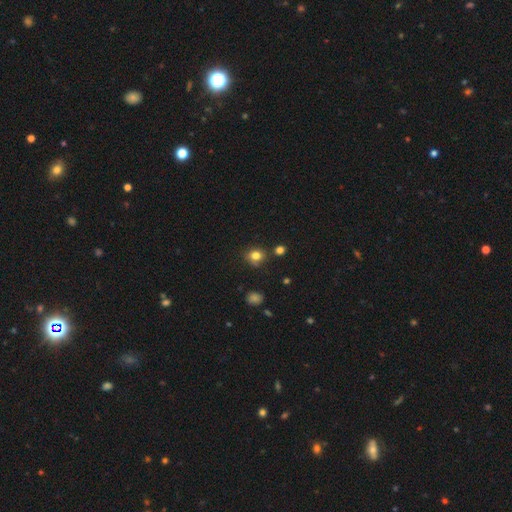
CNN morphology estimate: The model was most divided on "how rounded": round: 71%, in between: 27%, cigar-shaped: 1%. More confident: smooth or featured — smooth (79%); merging — none (73%).